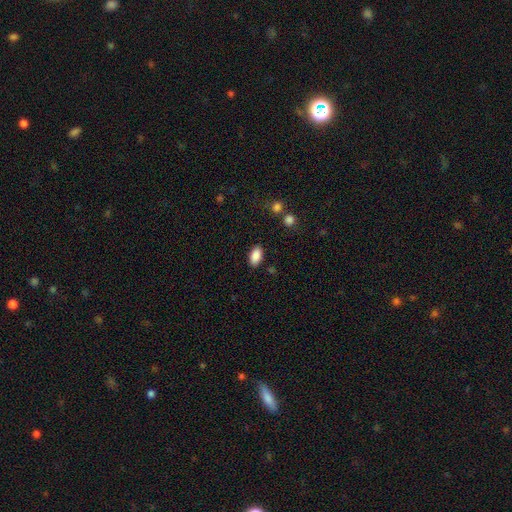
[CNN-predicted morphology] Q: Smooth or featured?
A: smooth (88%); runner-up: star or artifact (8%)
Q: How rounded?
A: in between (93%); runner-up: round (4%)
Q: Merging?
A: none (86%); runner-up: minor disturbance (9%)